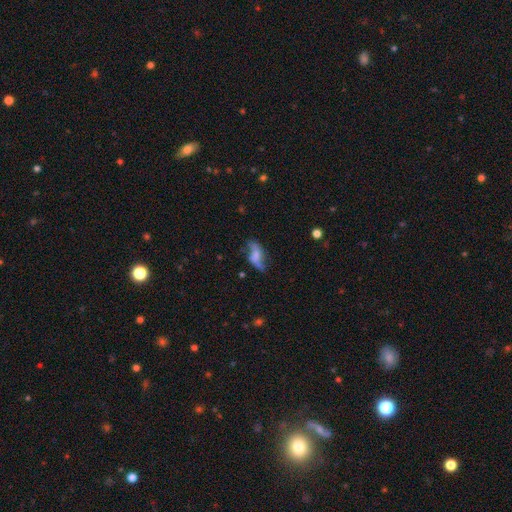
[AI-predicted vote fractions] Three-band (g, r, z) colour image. It shows a featured or disk galaxy (61%) with no bar (52%), spiral arms (83%) and no central bulge (47%). Merging: none (54%).